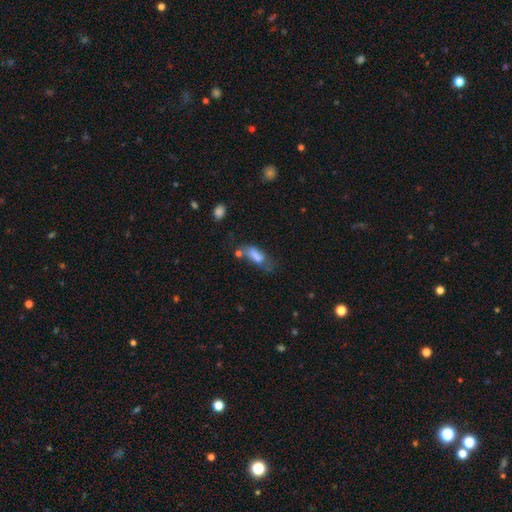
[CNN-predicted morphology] A smooth galaxy with no disk features (70%) that is in between round and cigar-shaped (74%). Merging: none (32%).